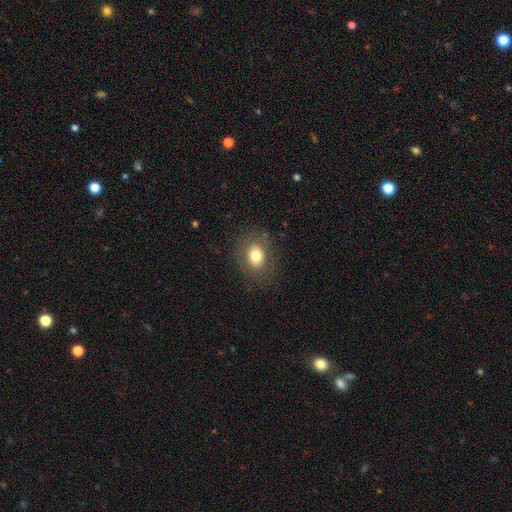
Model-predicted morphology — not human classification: A smooth galaxy with no disk features (76%) that is in between round and cigar-shaped (52%).

Vote fractions:
- Smooth or featured? smooth: 76% / featured or disk: 14% / star or artifact: 11%
- How rounded? in between: 52% / round: 47% / cigar-shaped: 1%
- Merging? none: 82% / minor disturbance: 12% / major disturbance: 6% / merger: 1%